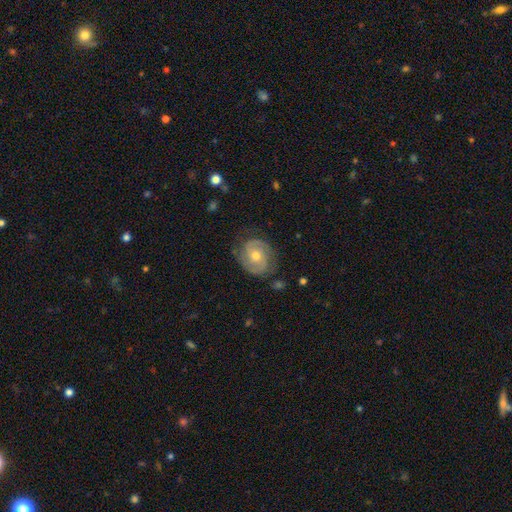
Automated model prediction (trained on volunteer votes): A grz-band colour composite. It shows a featured or disk galaxy (78%) with no bar (69%), 2 (82%) tight (52%) spiral arms (93%) and a moderate central bulge (60%). Merging: none (74%).